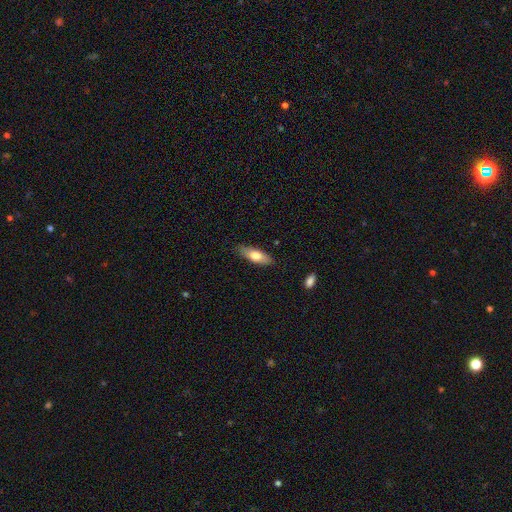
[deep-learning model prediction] The model was most divided on "how rounded": in between: 60%, cigar-shaped: 37%, round: 2%. More confident: merging — none (84%); smooth or featured — smooth (69%).